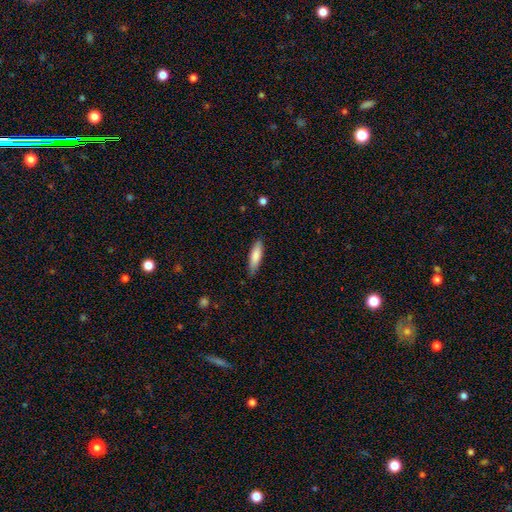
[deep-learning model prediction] Smooth or featured: smooth — 82% (featured or disk — 12%)
How rounded: cigar-shaped — 60% (in between — 39%)
Merging: none — 82% (minor disturbance — 14%)